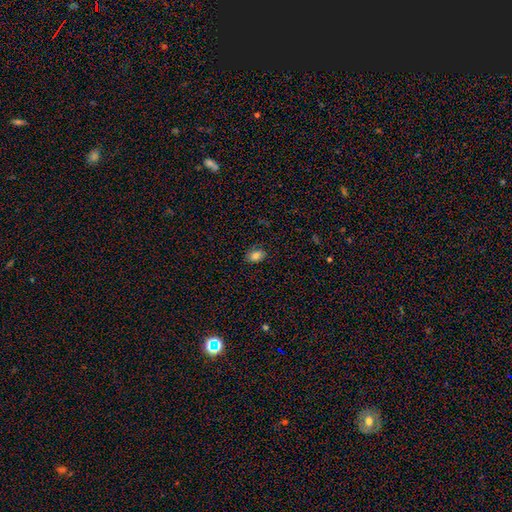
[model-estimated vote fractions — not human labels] smooth 82%, star or artifact 11%, featured or disk 7%. Down the decision tree: how rounded — in between (74%); merging — none (82%).